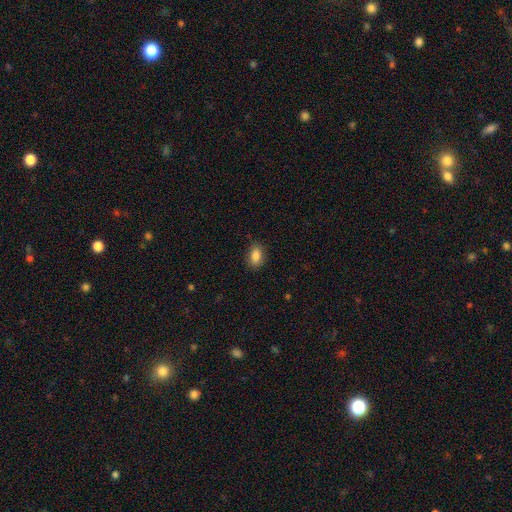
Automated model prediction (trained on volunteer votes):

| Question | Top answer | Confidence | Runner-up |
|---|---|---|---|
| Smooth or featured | smooth | 86% | star or artifact (8%) |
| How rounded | in between | 84% | round (14%) |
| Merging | none | 84% | minor disturbance (13%) |